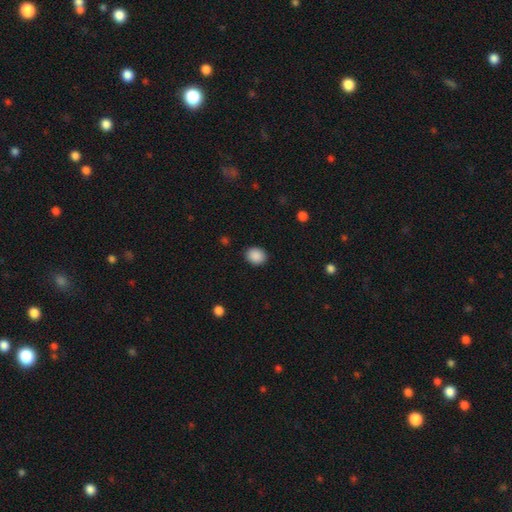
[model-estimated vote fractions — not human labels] Q: Smooth or featured?
A: smooth (89%); runner-up: star or artifact (8%)
Q: How rounded?
A: round (60%); runner-up: in between (39%)
Q: Merging?
A: none (89%); runner-up: minor disturbance (8%)